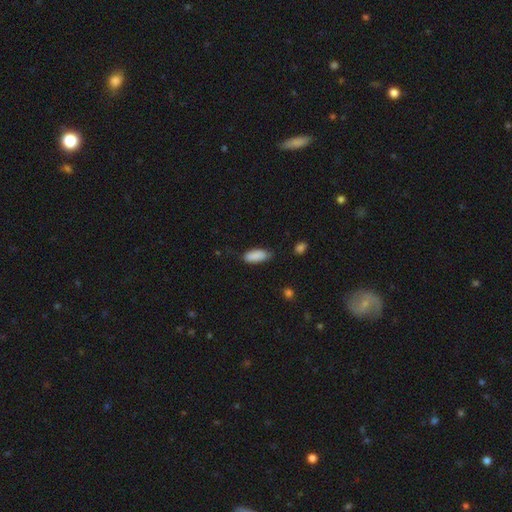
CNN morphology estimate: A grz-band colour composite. It shows a smooth galaxy with no disk features (89%) that is in between round and cigar-shaped (84%). Merging: none (73%).